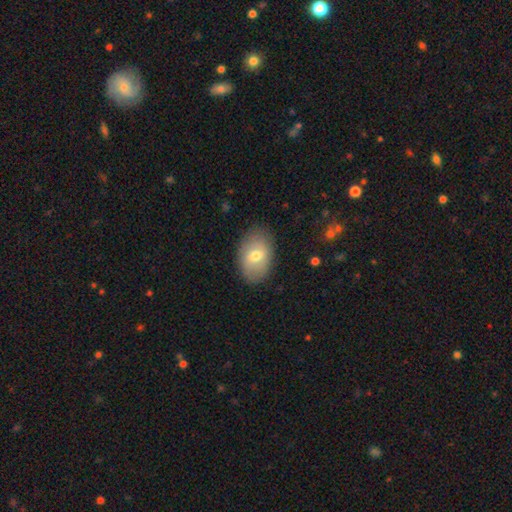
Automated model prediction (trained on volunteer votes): Q: Smooth or featured?
A: smooth (64%); runner-up: featured or disk (29%)
Q: How rounded?
A: in between (87%); runner-up: round (12%)
Q: Merging?
A: none (83%); runner-up: minor disturbance (13%)